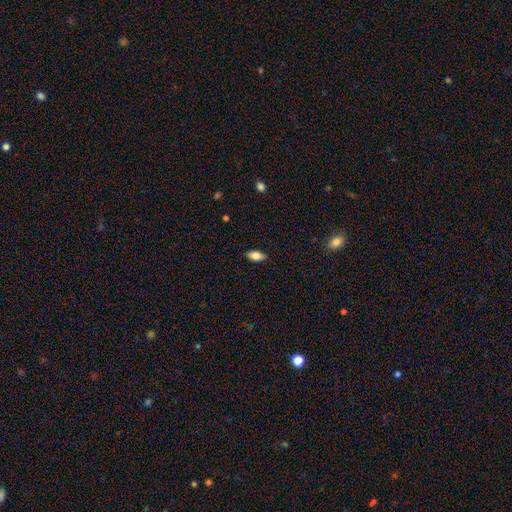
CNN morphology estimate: Overall: smooth (77%). How rounded: in between (87%). Merging: none (88%).